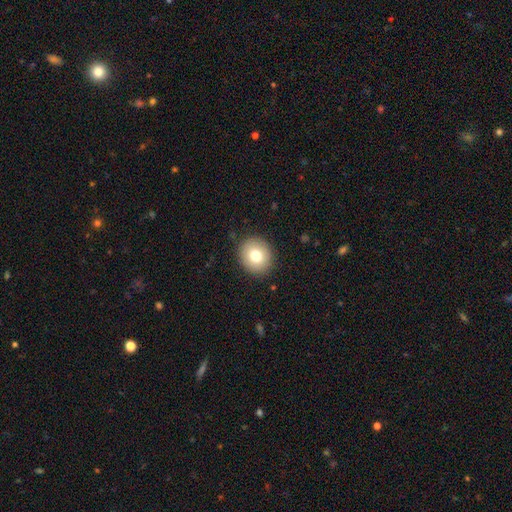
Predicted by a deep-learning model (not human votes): Smooth or featured?
  - smooth: 76% *
  - featured or disk: 13%
  - star or artifact: 10%
How rounded?
  - round: 80% *
  - in between: 19%
  - cigar-shaped: 1%
Merging?
  - none: 89% *
  - minor disturbance: 8%
  - major disturbance: 2%
  - merger: 1%